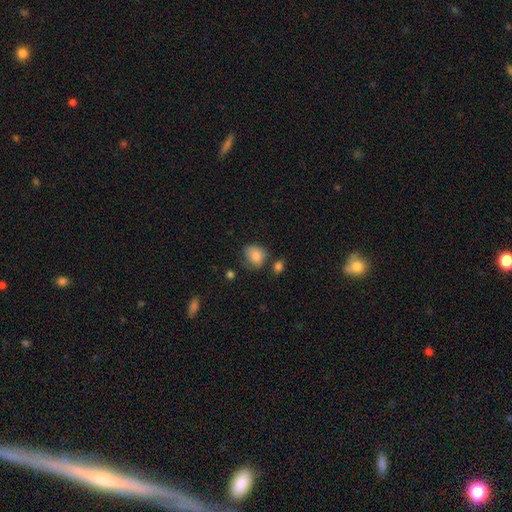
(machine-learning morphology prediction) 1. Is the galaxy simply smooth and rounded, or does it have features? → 83% smooth, 9% star or artifact, 8% featured or disk.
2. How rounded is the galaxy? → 62% round, 37% in between, 1% cigar-shaped.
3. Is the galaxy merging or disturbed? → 55% none, 28% minor disturbance, 9% major disturbance, 8% merger.